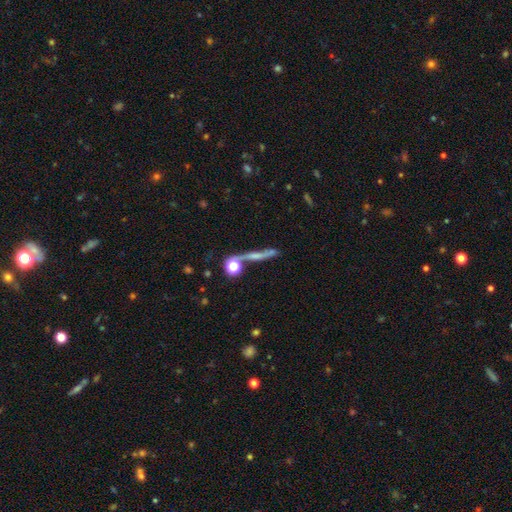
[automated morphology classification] This is possibly a featured or disk galaxy (50%). It is clearly viewed edge-on (80%). Merging: likely none (64%).